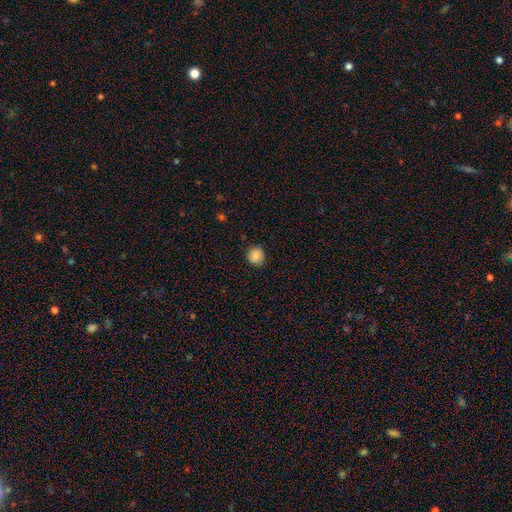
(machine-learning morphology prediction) Overall: smooth (85%). How rounded: round (91%). Merging: none (87%).